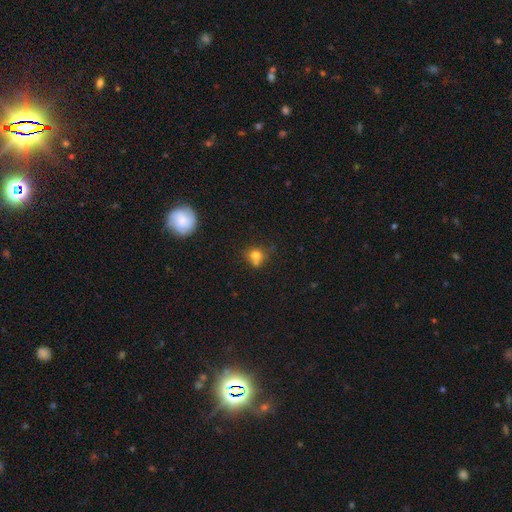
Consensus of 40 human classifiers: Smooth or featured: smooth — 78% (featured or disk — 20%)
How rounded: round — 68% (in between — 29%)
Merging: none — 44% (minor disturbance — 28%)